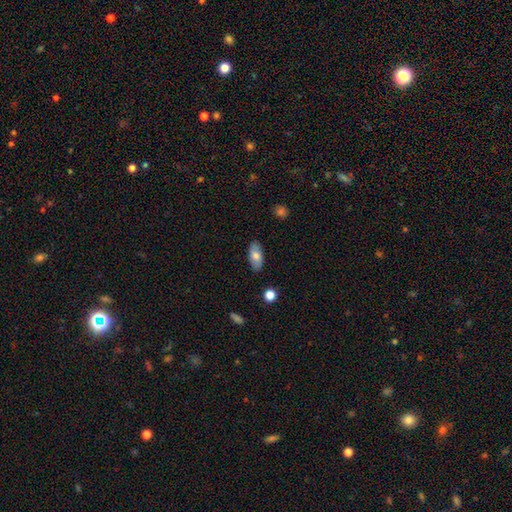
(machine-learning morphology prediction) Smooth or featured: smooth — 71% (featured or disk — 22%)
How rounded: in between — 90% (cigar-shaped — 7%)
Merging: none — 87% (minor disturbance — 10%)